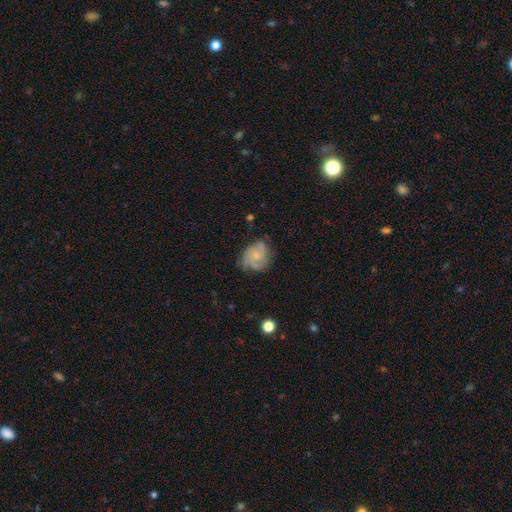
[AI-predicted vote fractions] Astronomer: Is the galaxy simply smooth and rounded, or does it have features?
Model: featured or disk — 69%.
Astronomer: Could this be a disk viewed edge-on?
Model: no — 98%.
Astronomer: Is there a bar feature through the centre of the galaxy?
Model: no — 72%.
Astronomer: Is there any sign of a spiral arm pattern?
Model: yes — 92%.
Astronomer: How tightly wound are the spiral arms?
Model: tight — 45% (runner-up: medium, 42%).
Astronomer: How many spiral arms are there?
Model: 3 — 36% (runner-up: 2, 27%).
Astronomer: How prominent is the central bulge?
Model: small — 58%.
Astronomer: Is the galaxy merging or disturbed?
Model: none — 64%.